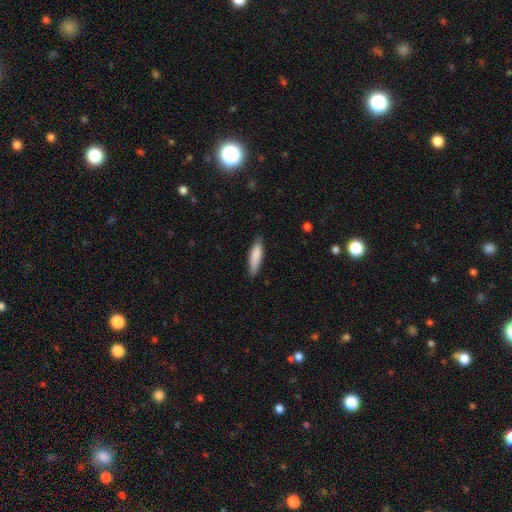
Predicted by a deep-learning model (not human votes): Overall: smooth (84%). How rounded: cigar-shaped (71%). Merging: none (83%).